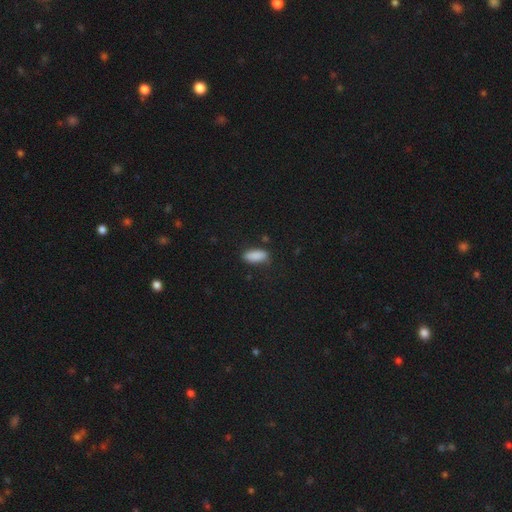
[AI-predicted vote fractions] The model was most divided on "merging": none: 81%, minor disturbance: 15%, major disturbance: 3%, merger: 2%. More confident: smooth or featured — smooth (89%); how rounded — in between (84%).